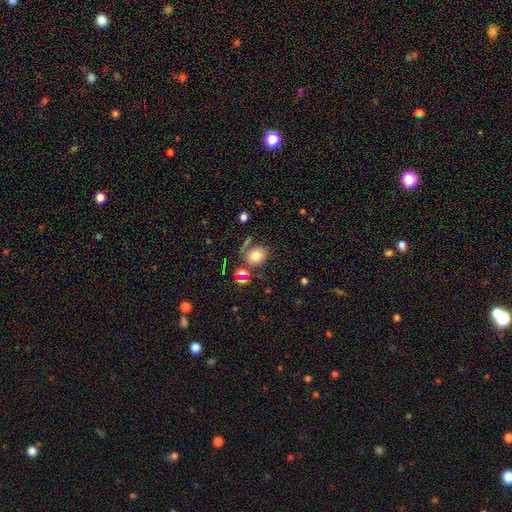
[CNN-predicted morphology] type=smooth (75%); roundness=round (61%); merging=none (59%).